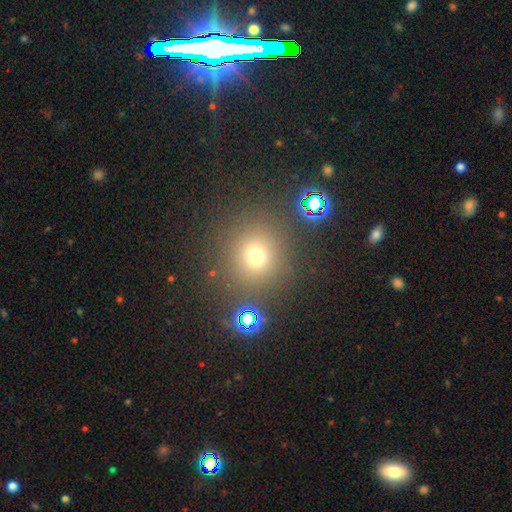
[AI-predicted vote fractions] Q: Smooth or featured?
A: smooth (69%); runner-up: star or artifact (23%)
Q: How rounded?
A: round (90%); runner-up: in between (9%)
Q: Merging?
A: none (84%); runner-up: minor disturbance (8%)